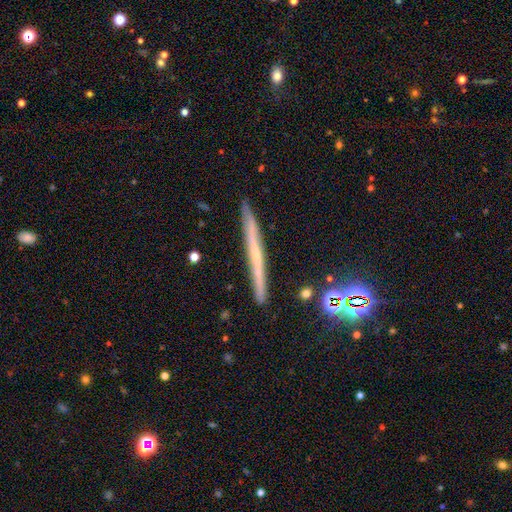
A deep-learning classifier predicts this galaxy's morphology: type=featured or disk (54%); edge-on=yes (96%); edge-on bulge=none (75%); merging=none (89%).